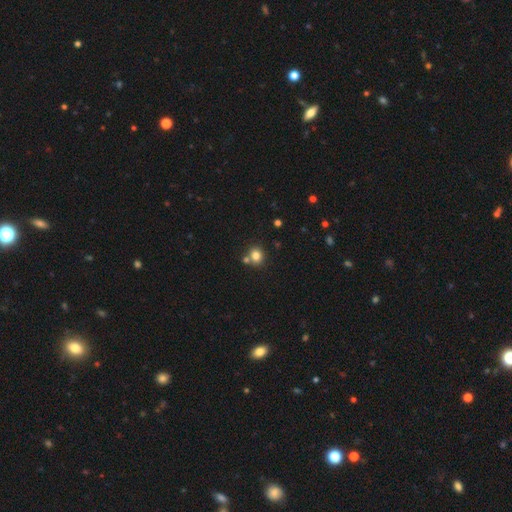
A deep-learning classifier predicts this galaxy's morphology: Smooth or featured? Predicted: smooth (p=0.81). How rounded? Predicted: round (p=0.80). Merging? Predicted: none (p=0.68).